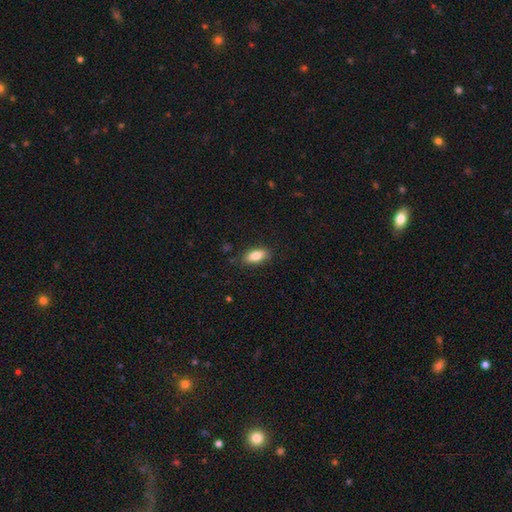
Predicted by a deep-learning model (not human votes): Smooth or featured? Predicted: smooth (p=0.82). How rounded? Predicted: in between (p=0.83). Merging? Predicted: none (p=0.85).